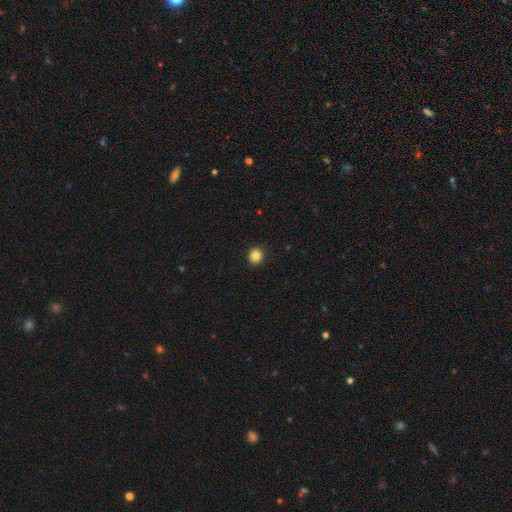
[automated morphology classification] This is clearly a smooth galaxy (84%). How rounded: clearly round (83%). Merging: clearly none (92%).